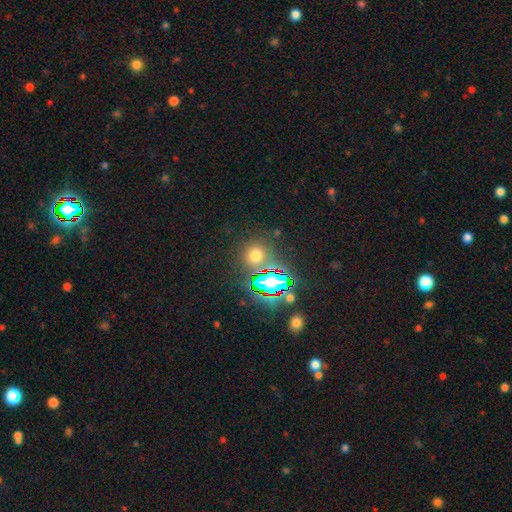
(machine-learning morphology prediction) Smooth or featured?
  - smooth: 56% *
  - star or artifact: 36%
  - featured or disk: 8%
How rounded?
  - round: 86% *
  - in between: 12%
  - cigar-shaped: 1%
Merging?
  - none: 78% *
  - minor disturbance: 9%
  - merger: 8%
  - major disturbance: 5%